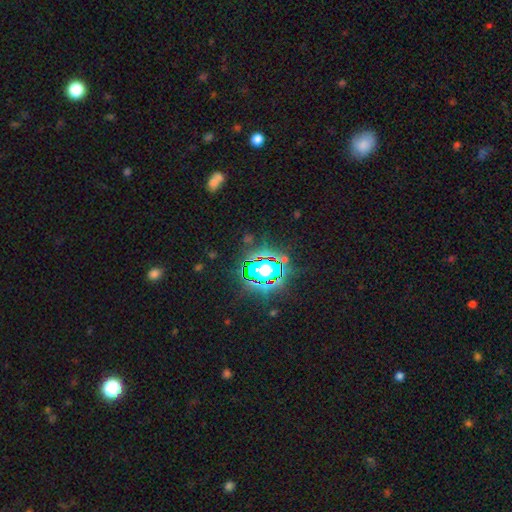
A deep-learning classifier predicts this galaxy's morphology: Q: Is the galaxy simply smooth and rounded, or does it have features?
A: star or artifact — 81%.